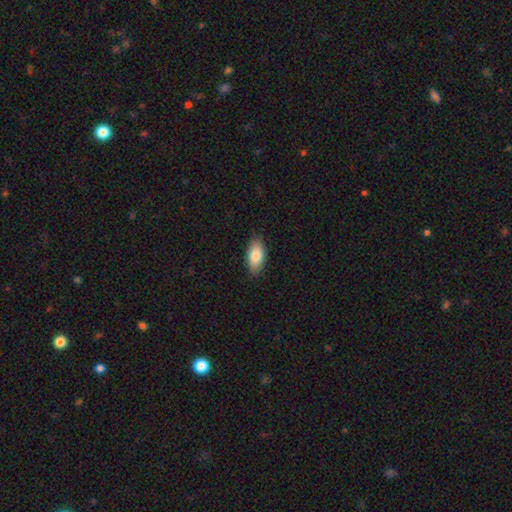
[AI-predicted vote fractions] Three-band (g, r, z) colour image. It shows a smooth galaxy with no disk features (82%) that is in between round and cigar-shaped (91%). Merging: none (86%).